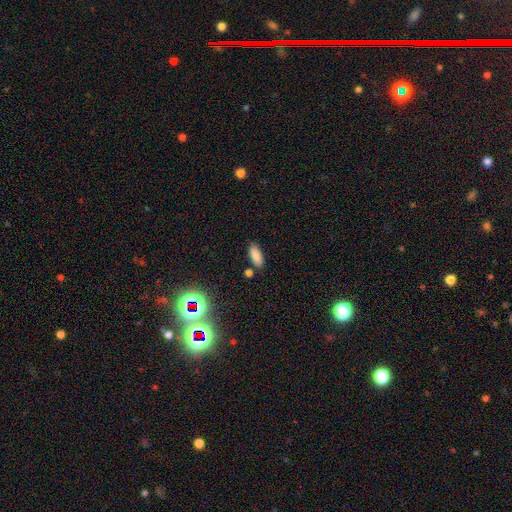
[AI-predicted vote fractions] smooth 84%, star or artifact 10%, featured or disk 6%. Down the decision tree: how rounded — in between (81%); merging — none (79%).